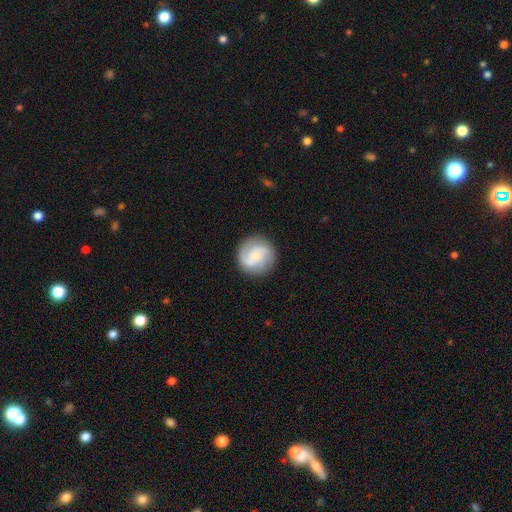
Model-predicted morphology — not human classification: smooth-or-featured: featured or disk: 69% | smooth: 25% | star or artifact: 6%
  disk-edge-on: no: 98% | yes: 2%
    bar: no: 58% | weak: 35% | strong: 7%
    has-spiral-arms: yes: 94% | no: 6%
      spiral-winding: medium: 48% | tight: 28% | loose: 24%
      spiral-arm-count: 2: 72% | 3: 12% | can't tell: 9% | 1: 3% | 4: 2% | more than 4: 2%
    bulge-size: small: 63% | moderate: 31% | none: 3% | large: 2% | dominant: 1%
  merging: none: 86% | minor disturbance: 10% | major disturbance: 3% | merger: 2%